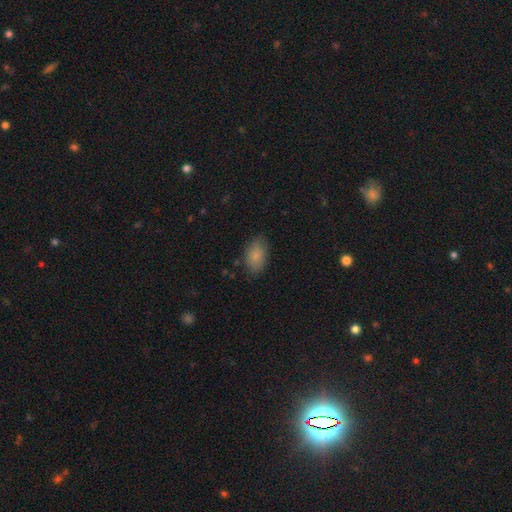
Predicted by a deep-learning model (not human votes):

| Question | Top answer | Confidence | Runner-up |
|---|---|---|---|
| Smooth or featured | smooth | 84% | featured or disk (8%) |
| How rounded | in between | 92% | round (7%) |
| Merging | none | 81% | minor disturbance (15%) |